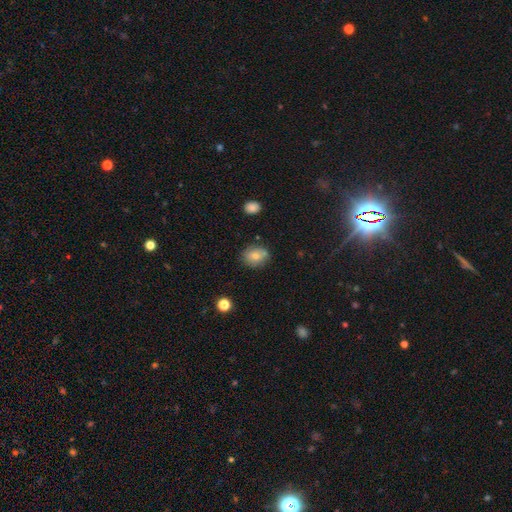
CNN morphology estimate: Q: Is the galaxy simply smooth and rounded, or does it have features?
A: smooth — 72%.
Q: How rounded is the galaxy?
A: round — 55%.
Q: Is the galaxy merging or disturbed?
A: none — 74%.